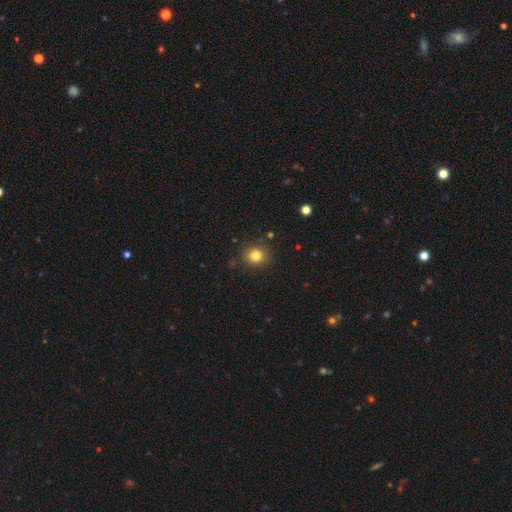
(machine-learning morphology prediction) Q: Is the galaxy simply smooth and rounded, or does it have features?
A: smooth — 81%.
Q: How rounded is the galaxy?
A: round — 80%.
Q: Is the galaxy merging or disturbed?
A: none — 86%.